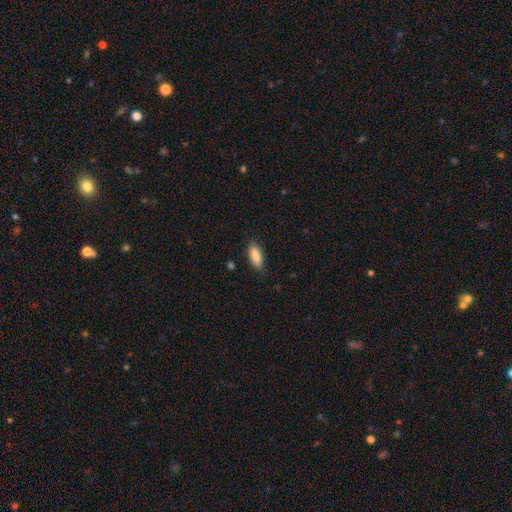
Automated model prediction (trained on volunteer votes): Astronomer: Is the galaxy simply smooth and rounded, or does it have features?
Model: smooth — 88%.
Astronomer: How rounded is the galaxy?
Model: in between — 80%.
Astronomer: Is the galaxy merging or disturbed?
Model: none — 85%.